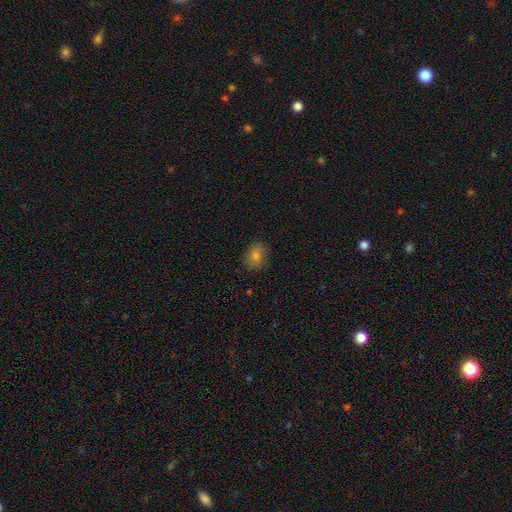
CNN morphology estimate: This is likely a smooth galaxy (78%). How rounded: likely round (61%). Merging: clearly none (86%).